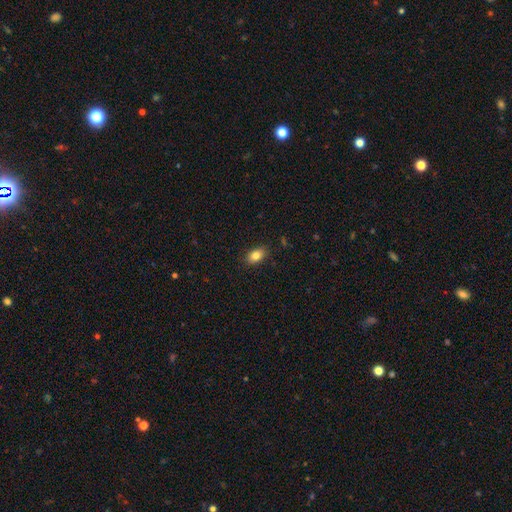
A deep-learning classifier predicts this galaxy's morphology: Smooth or featured? smooth (83%)
How rounded? in between (84%)
Merging? none (86%)